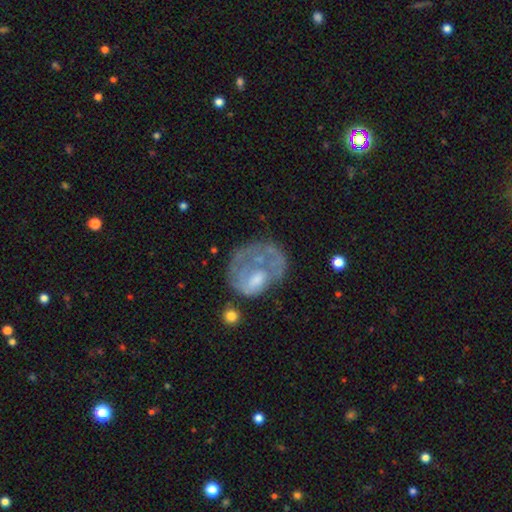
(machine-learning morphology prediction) This appears to be a featured or disk galaxy (53%) with no bar (80%), no spiral arms (68%) and a moderate central bulge (39%). Merging: none (38%).